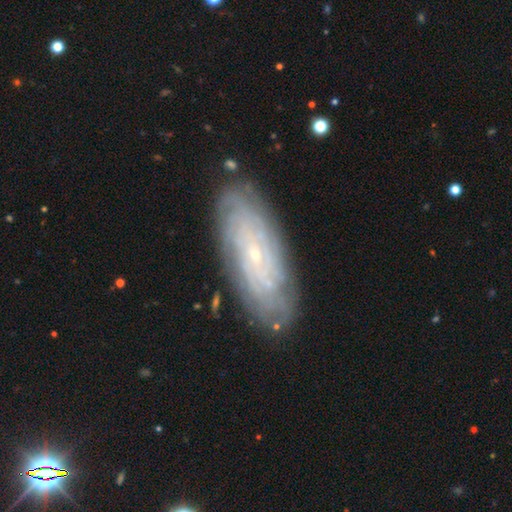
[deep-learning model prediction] Q: Smooth or featured?
A: featured or disk (75%); runner-up: smooth (18%)
Q: Edge-on disk?
A: no (88%); runner-up: yes (12%)
Q: Bar?
A: no (80%); runner-up: weak (16%)
Q: Spiral arms?
A: yes (87%); runner-up: no (13%)
Q: Spiral winding?
A: tight (82%); runner-up: medium (14%)
Q: Spiral arm count?
A: can't tell (56%); runner-up: more than 4 (16%)
Q: Bulge size?
A: small (88%); runner-up: moderate (9%)
Q: Merging?
A: none (84%); runner-up: minor disturbance (11%)